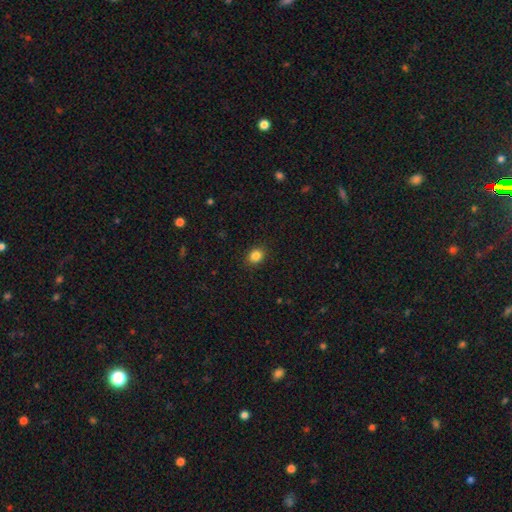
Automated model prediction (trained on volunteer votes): This is clearly a smooth galaxy (85%). How rounded: likely round (60%). Merging: clearly none (90%).